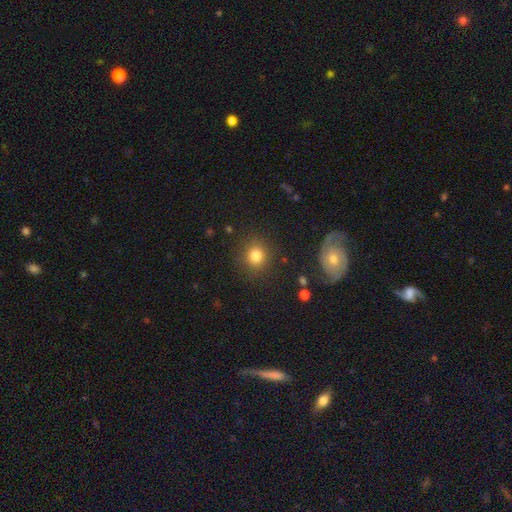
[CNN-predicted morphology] A smooth galaxy with no disk features (82%) that is round (85%).

Vote fractions:
- Smooth or featured? smooth: 82% / star or artifact: 12% / featured or disk: 6%
- How rounded? round: 85% / in between: 14% / cigar-shaped: 1%
- Merging? none: 87% / minor disturbance: 8% / major disturbance: 3% / merger: 2%